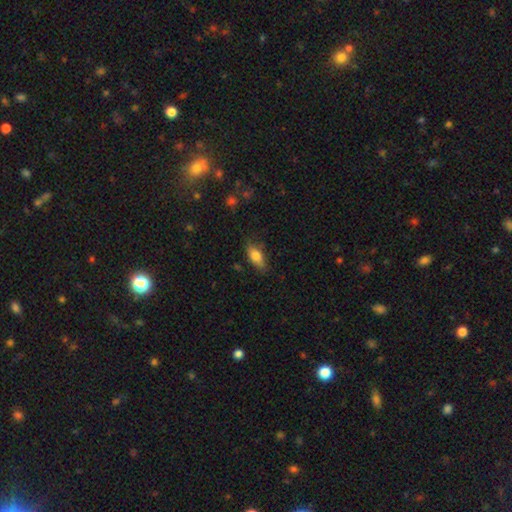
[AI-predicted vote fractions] Smooth or featured? Predicted: smooth (p=0.78). How rounded? Predicted: in between (p=0.81). Merging? Predicted: none (p=0.74).